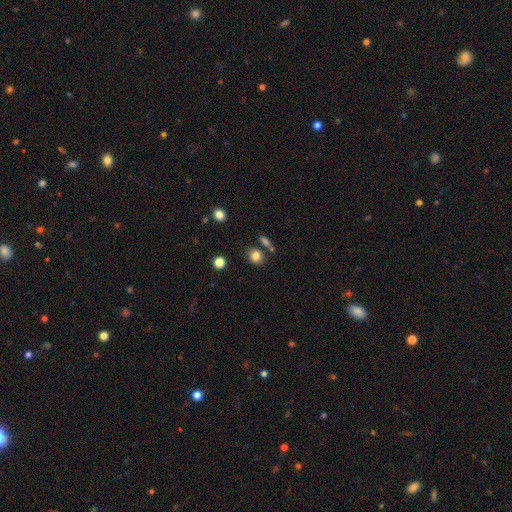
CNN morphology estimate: smooth 82%, star or artifact 12%, featured or disk 7%. Down the decision tree: how rounded — round (60%); merging — none (74%).